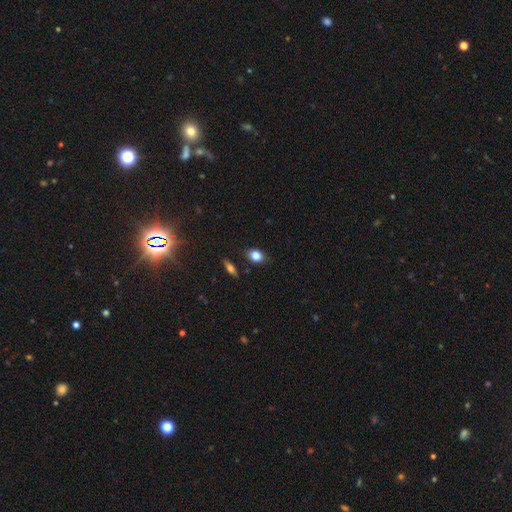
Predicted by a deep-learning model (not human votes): This appears to be a smooth galaxy with no disk features (82%) that is in between round and cigar-shaped (57%). Merging: none (81%).